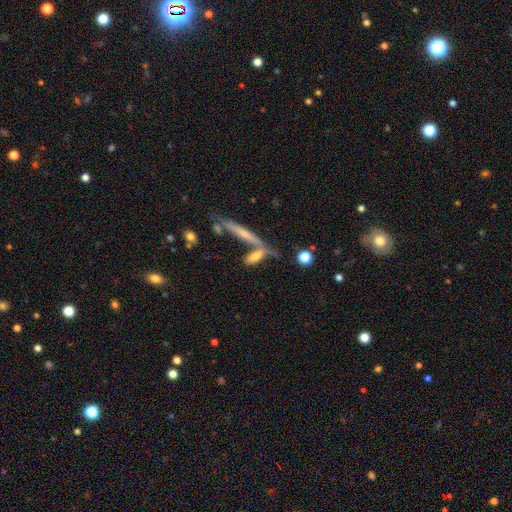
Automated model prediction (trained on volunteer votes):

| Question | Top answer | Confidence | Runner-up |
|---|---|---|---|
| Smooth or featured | smooth | 57% | featured or disk (34%) |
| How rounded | cigar-shaped | 61% | in between (35%) |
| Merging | none | 46% | merger (34%) |